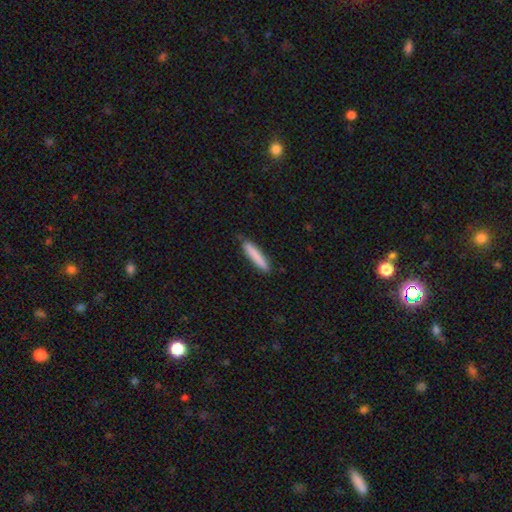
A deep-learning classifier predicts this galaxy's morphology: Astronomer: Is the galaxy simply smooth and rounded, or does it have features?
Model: smooth — 83%.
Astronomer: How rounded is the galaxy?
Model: cigar-shaped — 92%.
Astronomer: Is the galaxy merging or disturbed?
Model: none — 86%.